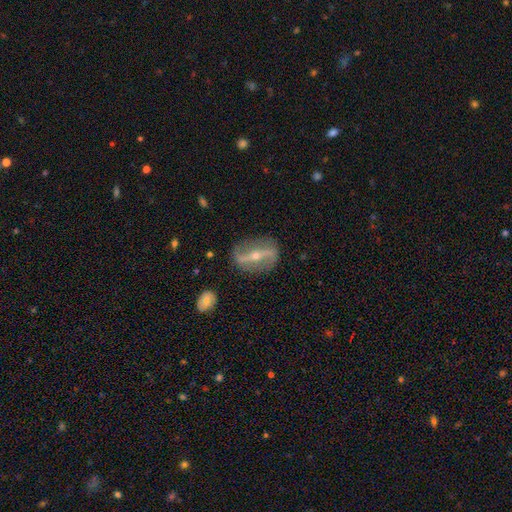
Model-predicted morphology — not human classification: Overall: featured or disk (84%). Edge-on disk: no (84%). Bar: strong (77%). Spiral arms: yes (74%). Spiral arm count: 2 (89%). Spiral winding: loose (60%; medium 26%). Bulge size: small (59%; moderate 37%). Merging: none (83%).